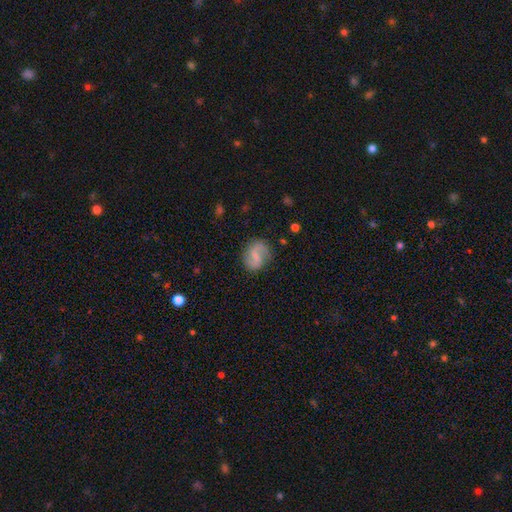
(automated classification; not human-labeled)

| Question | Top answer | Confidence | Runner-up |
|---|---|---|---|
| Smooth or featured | featured or disk | 60% | smooth (33%) |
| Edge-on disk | no | 98% | yes (2%) |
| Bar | weak | 52% | no (24%) |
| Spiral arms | yes | 87% | no (13%) |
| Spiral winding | loose | 44% | medium (41%) |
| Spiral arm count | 2 | 87% | can't tell (6%) |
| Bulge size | small | 45% | none (32%) |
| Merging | none | 76% | minor disturbance (16%) |